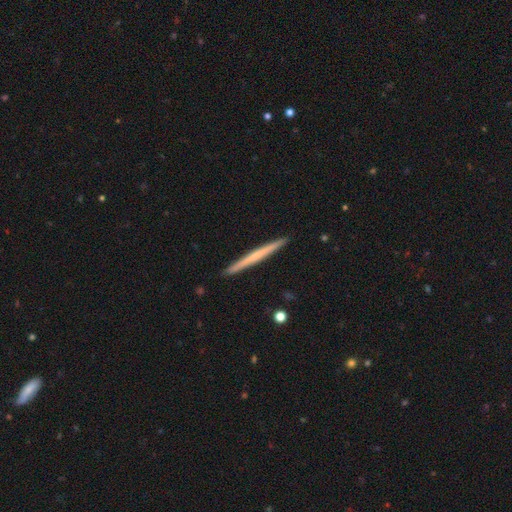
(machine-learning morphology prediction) This appears to be a featured or disk galaxy (49%). Merging: none (93%).